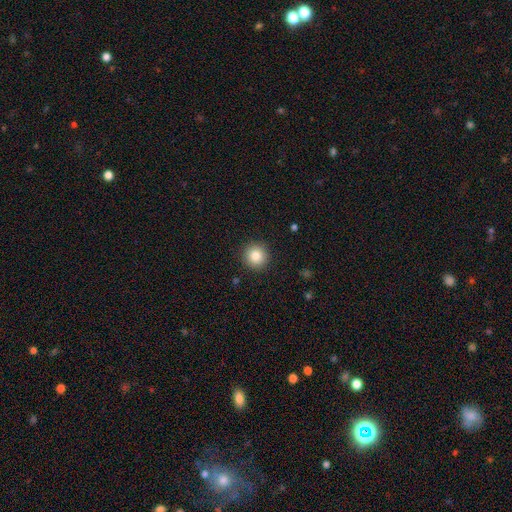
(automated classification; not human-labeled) smooth 84%, star or artifact 10%, featured or disk 6%. Down the decision tree: how rounded — round (95%); merging — none (92%).